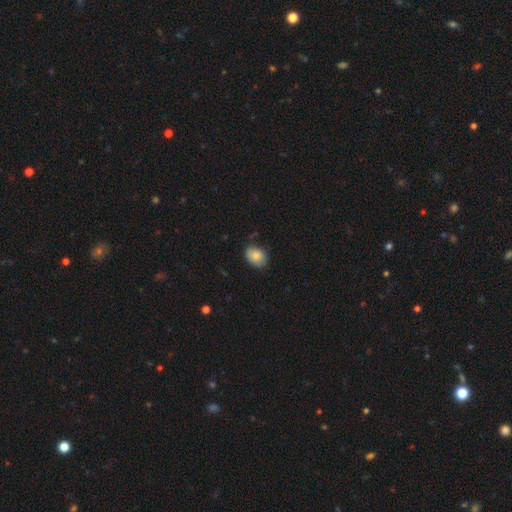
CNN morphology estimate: A smooth galaxy with no disk features (85%) that is in between round and cigar-shaped (70%).

Vote fractions:
- Smooth or featured? smooth: 85% / star or artifact: 8% / featured or disk: 7%
- How rounded? in between: 70% / round: 29% / cigar-shaped: 1%
- Merging? none: 73% / minor disturbance: 22% / major disturbance: 3% / merger: 2%